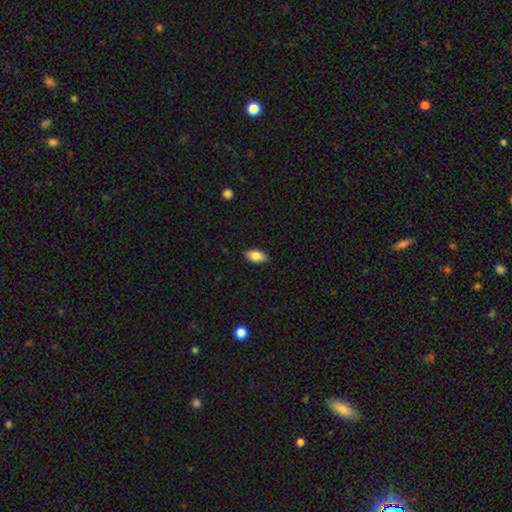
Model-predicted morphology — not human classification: smooth-or-featured: smooth: 85% | featured or disk: 7% | star or artifact: 7%
  how-rounded: in between: 92% | round: 4% | cigar-shaped: 3%
  merging: none: 88% | minor disturbance: 9% | major disturbance: 2% | merger: 1%